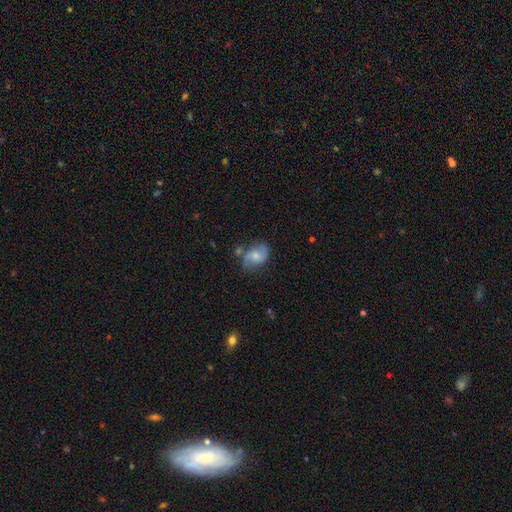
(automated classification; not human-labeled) Smooth or featured? Predicted: smooth (p=0.47). Merging? Predicted: none (p=0.58).